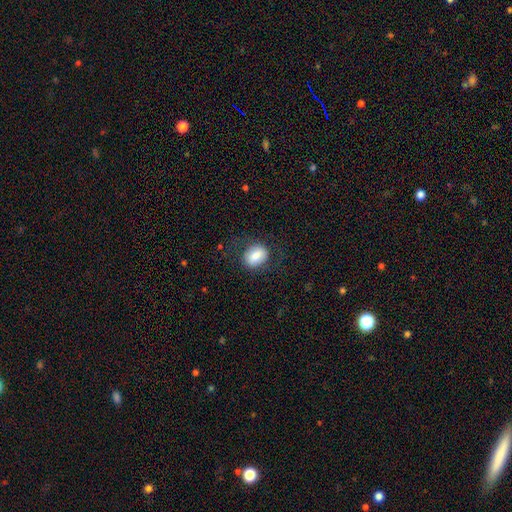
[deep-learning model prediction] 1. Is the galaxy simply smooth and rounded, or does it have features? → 78% smooth, 14% featured or disk, 8% star or artifact.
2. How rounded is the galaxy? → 59% in between, 40% round, 1% cigar-shaped.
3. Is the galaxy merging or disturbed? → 74% none, 15% minor disturbance, 9% major disturbance, 1% merger.